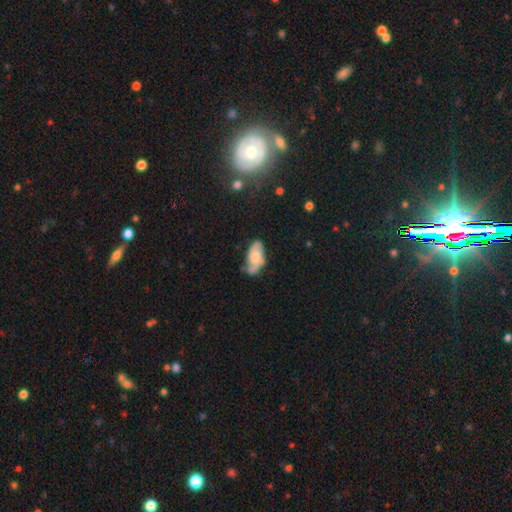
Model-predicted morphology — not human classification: smooth_or_featured: featured or disk (p=0.48) [alt: smooth p=0.45]
merging: none (p=0.48) [alt: minor disturbance p=0.32]